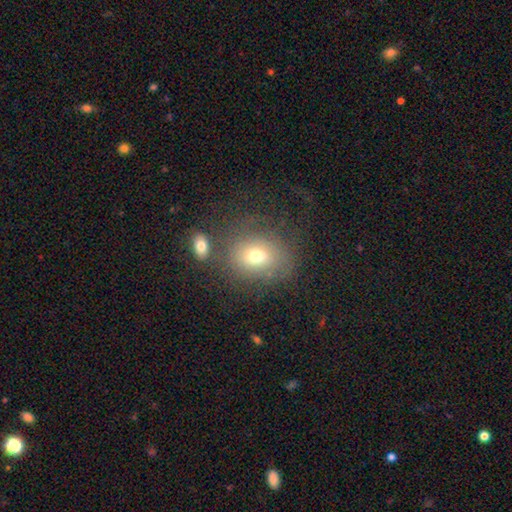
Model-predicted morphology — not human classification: smooth-or-featured: smooth: 69% | featured or disk: 17% | star or artifact: 14%
  how-rounded: round: 53% | in between: 46% | cigar-shaped: 1%
  merging: none: 67% | minor disturbance: 15% | merger: 9% | major disturbance: 9%